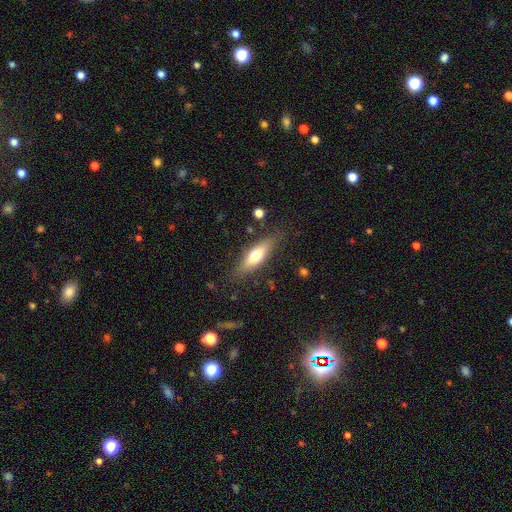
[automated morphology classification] smooth-or-featured: smooth: 59% | featured or disk: 35% | star or artifact: 6%
  how-rounded: cigar-shaped: 53% | in between: 45% | round: 2%
  merging: none: 81% | minor disturbance: 14% | major disturbance: 4% | merger: 2%